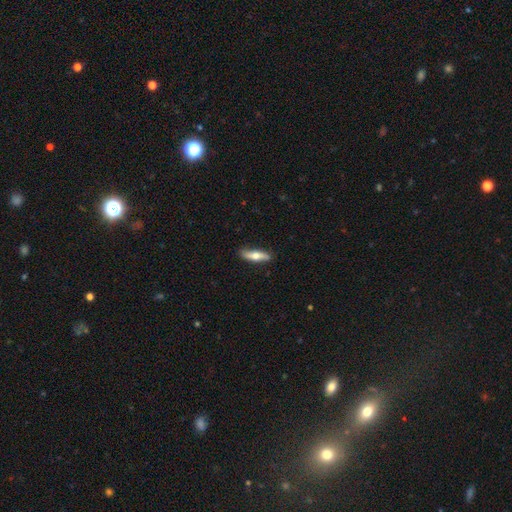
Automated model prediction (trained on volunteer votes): Smooth or featured: smooth — 56% (featured or disk — 38%)
How rounded: cigar-shaped — 64% (in between — 34%)
Merging: none — 84% (minor disturbance — 12%)